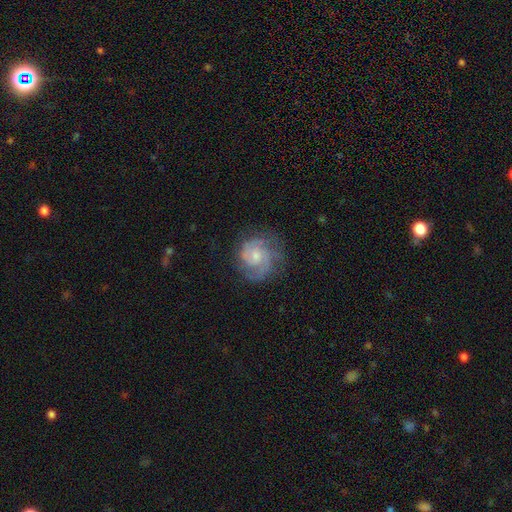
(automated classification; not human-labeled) featured or disk 81%, smooth 13%, star or artifact 6%. Down the decision tree: edge-on disk — no (98%); bar — no (62%); spiral arms — yes (96%); spiral arm count — 2 (52%); spiral winding — tight (52%); bulge size — small (48%); merging — none (70%).